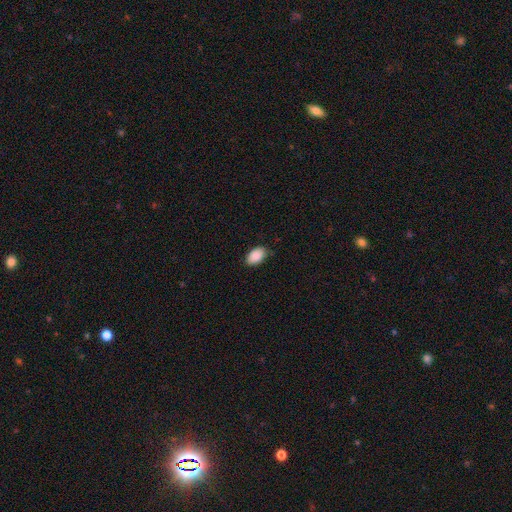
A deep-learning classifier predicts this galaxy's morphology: Smooth or featured? smooth (90%)
How rounded? in between (93%)
Merging? none (83%)